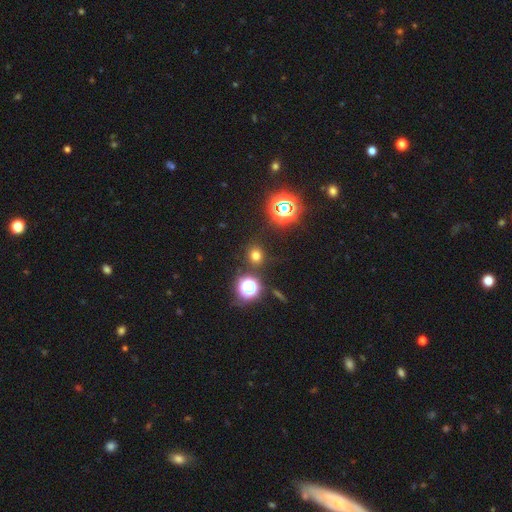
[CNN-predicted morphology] smooth_or_featured: smooth (p=0.67) [alt: star or artifact p=0.27]
how_rounded: round (p=0.85) [alt: in between p=0.14]
merging: none (p=0.86) [alt: minor disturbance p=0.07]